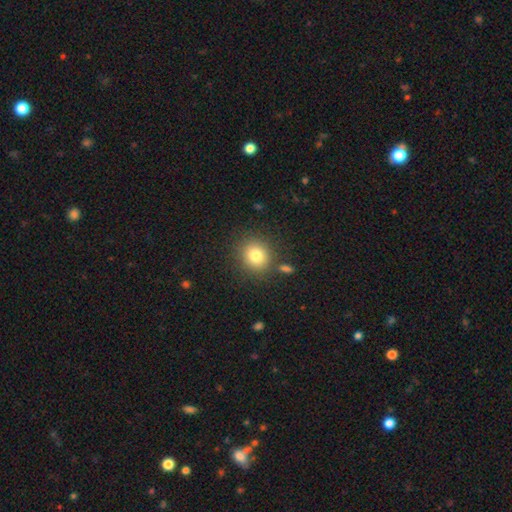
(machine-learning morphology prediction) smooth-or-featured: smooth: 81% | star or artifact: 11% | featured or disk: 8%
  how-rounded: round: 82% | in between: 17% | cigar-shaped: 1%
  merging: none: 84% | minor disturbance: 9% | merger: 5% | major disturbance: 3%